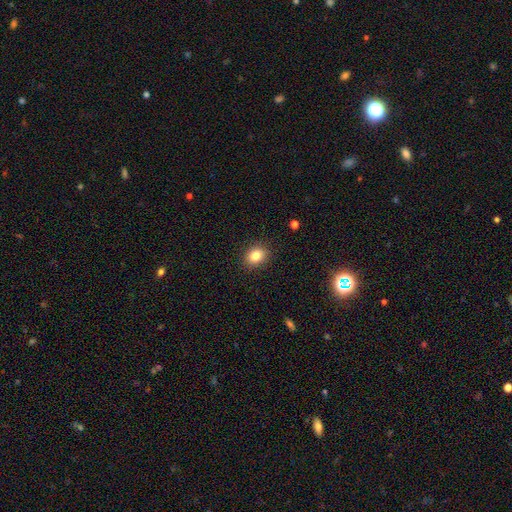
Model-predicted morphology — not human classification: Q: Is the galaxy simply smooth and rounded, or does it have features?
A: smooth — 83%.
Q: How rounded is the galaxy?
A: in between — 51%.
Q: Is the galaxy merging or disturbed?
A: none — 89%.